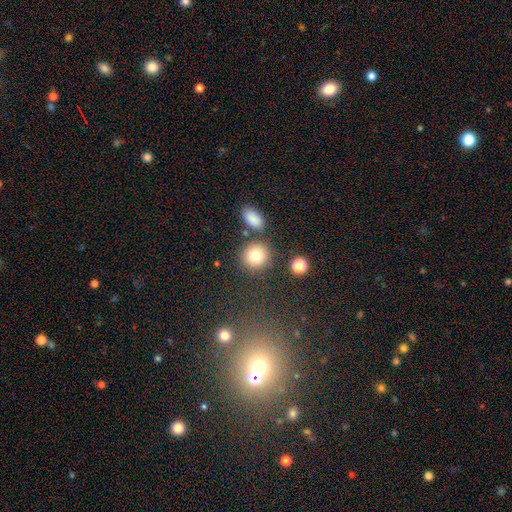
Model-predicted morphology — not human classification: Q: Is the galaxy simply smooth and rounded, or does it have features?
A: smooth — 79%.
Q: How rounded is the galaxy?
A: round — 89%.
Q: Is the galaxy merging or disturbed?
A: none — 80%.